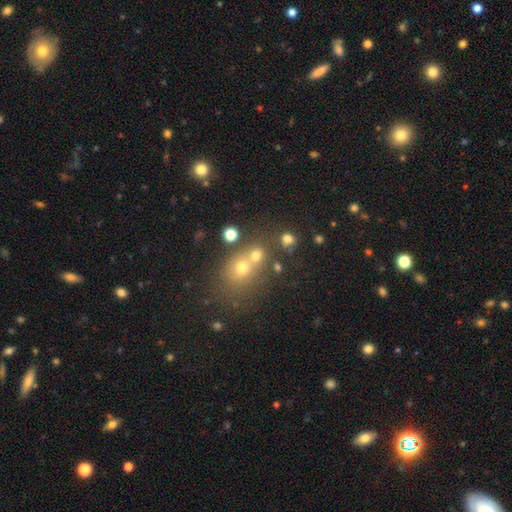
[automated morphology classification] Smooth or featured? Predicted: smooth (p=0.66). How rounded? Predicted: round (p=0.69). Merging? Predicted: none (p=0.43, tied with merger).